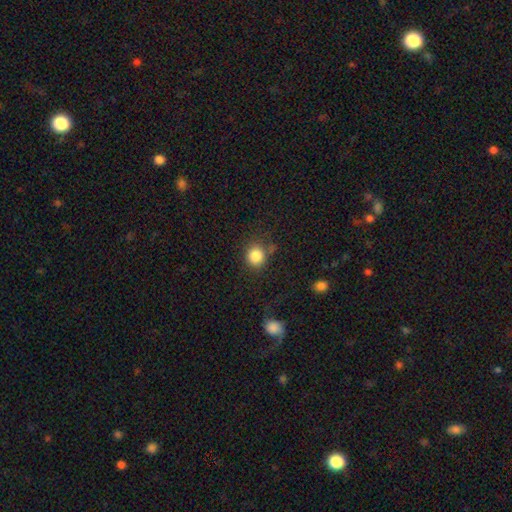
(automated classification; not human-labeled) A smooth galaxy with no disk features (85%) that is round (87%). Merging: none (77%).